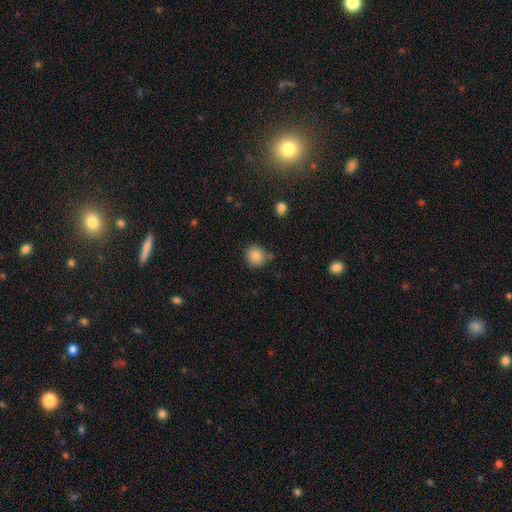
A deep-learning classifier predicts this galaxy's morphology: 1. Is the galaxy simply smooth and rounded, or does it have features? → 87% smooth, 9% star or artifact, 4% featured or disk.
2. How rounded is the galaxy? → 89% round, 10% in between, 1% cigar-shaped.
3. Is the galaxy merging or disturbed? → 78% none, 12% minor disturbance, 6% merger, 3% major disturbance.